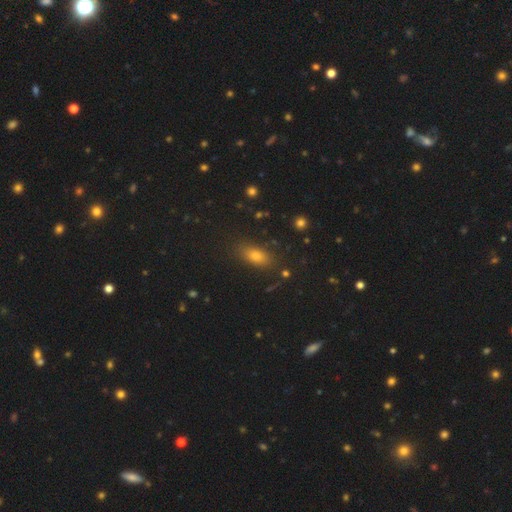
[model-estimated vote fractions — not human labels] Smooth or featured? smooth (72%)
How rounded? in between (79%)
Merging? none (84%)